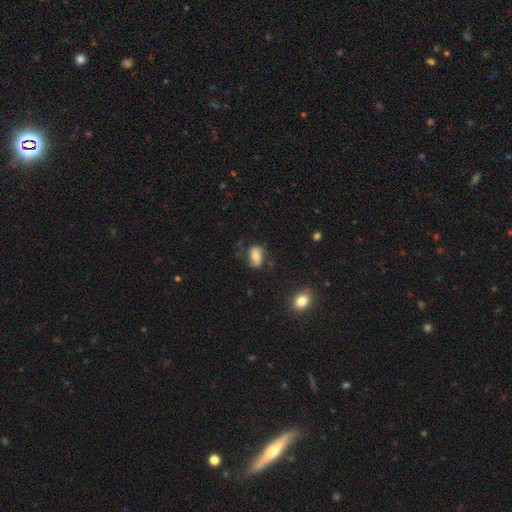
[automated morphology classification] Smooth or featured: smooth — 59% (featured or disk — 32%)
How rounded: in between — 82% (round — 15%)
Merging: none — 60% (minor disturbance — 25%)